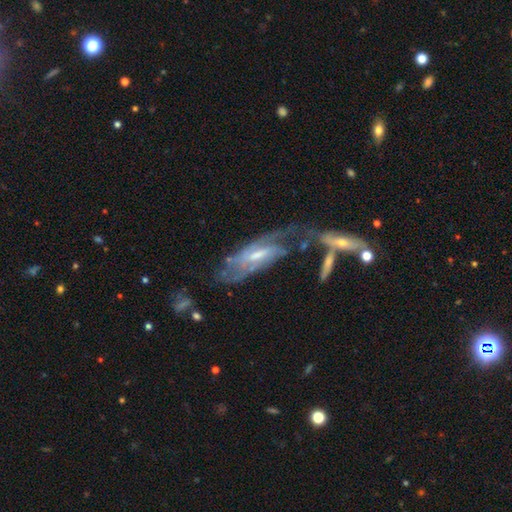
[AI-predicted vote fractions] smooth-or-featured: featured or disk: 80% | smooth: 13% | star or artifact: 7%
  disk-edge-on: no: 85% | yes: 15%
    bar: weak: 50% | no: 29% | strong: 20%
    has-spiral-arms: yes: 89% | no: 11%
      spiral-winding: medium: 42% | tight: 39% | loose: 20%
      spiral-arm-count: 2: 39% | can't tell: 38% | 3: 10% | 1: 7% | 4: 4% | more than 4: 3%
    bulge-size: moderate: 45% | small: 40% | none: 7% | large: 6% | dominant: 1%
  merging: none: 43% | minor disturbance: 20% | major disturbance: 19% | merger: 19%